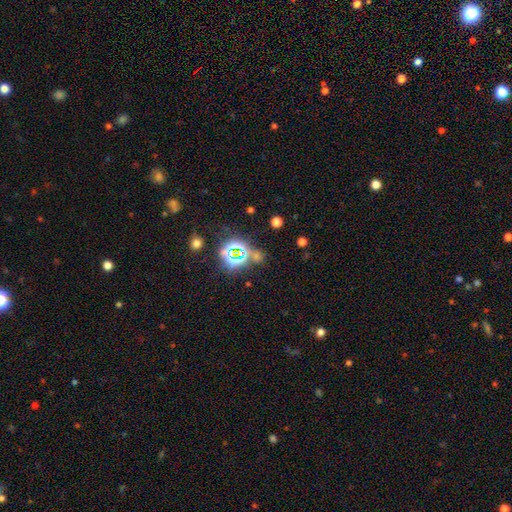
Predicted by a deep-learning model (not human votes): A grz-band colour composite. It shows a star or artifact, not a galaxy (69%).